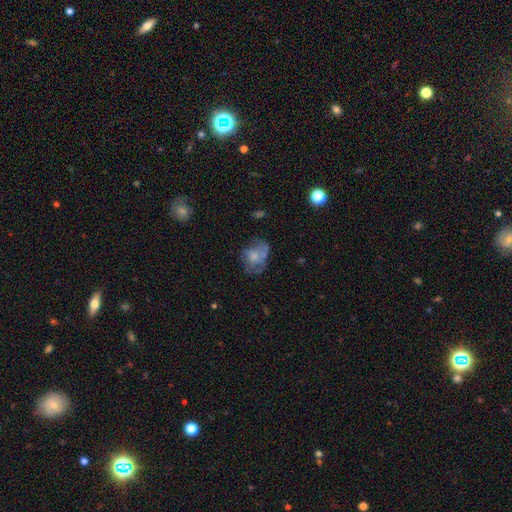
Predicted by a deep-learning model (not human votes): Smooth or featured?
  - smooth: 48% *
  - featured or disk: 42%
  - star or artifact: 10%
Merging?
  - none: 40% *
  - major disturbance: 26%
  - minor disturbance: 26%
  - merger: 8%